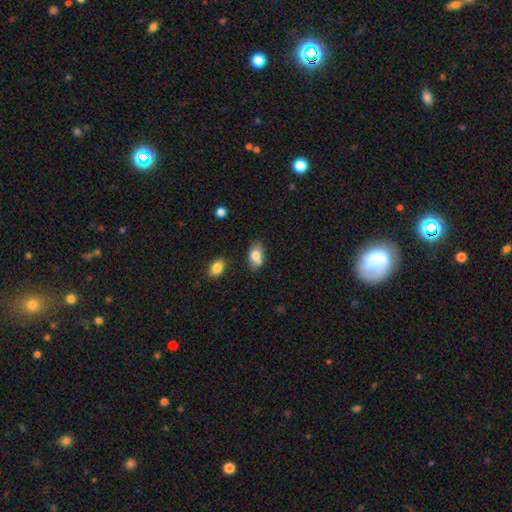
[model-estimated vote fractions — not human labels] Q: Smooth or featured?
A: smooth (78%); runner-up: featured or disk (14%)
Q: How rounded?
A: in between (85%); runner-up: round (12%)
Q: Merging?
A: none (62%); runner-up: minor disturbance (19%)